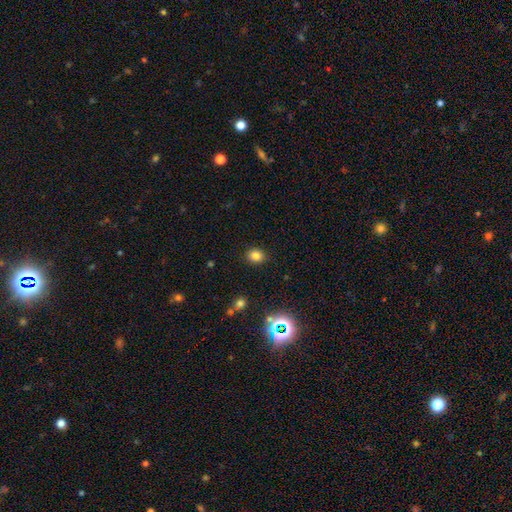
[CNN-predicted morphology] smooth 80%, star or artifact 15%, featured or disk 5%. Down the decision tree: how rounded — round (58%); merging — none (89%).